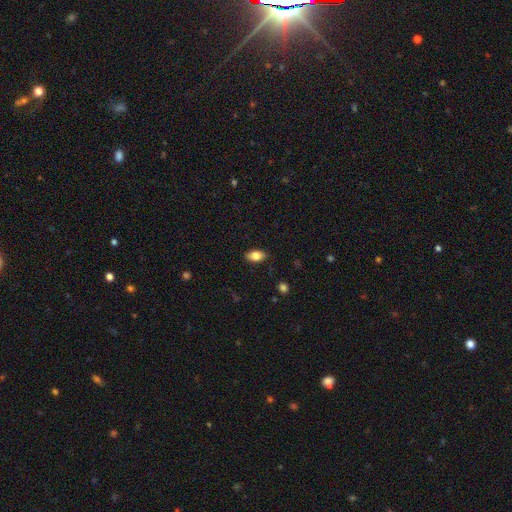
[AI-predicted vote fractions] A smooth galaxy with no disk features (80%) that is in between round and cigar-shaped (90%). Merging: none (86%).